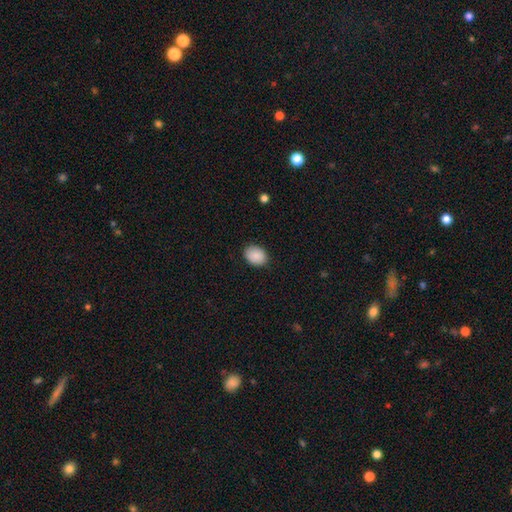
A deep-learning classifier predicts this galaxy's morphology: This appears to be a smooth galaxy with no disk features (89%) that is in between round and cigar-shaped (62%). Merging: none (86%).